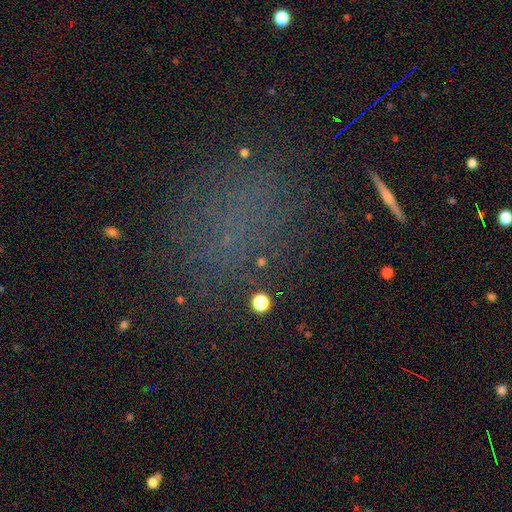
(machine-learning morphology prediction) Smooth or featured: star or artifact — 43% (tied with smooth — 43%)